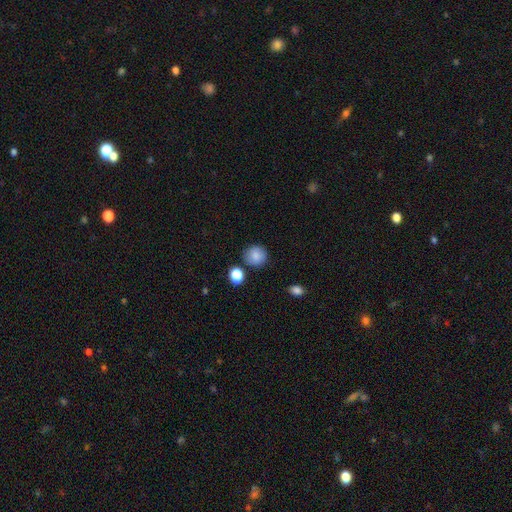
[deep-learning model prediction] The model was most divided on "merging": none: 83%, minor disturbance: 10%, merger: 5%, major disturbance: 3%. More confident: how rounded — round (89%); smooth or featured — smooth (85%).